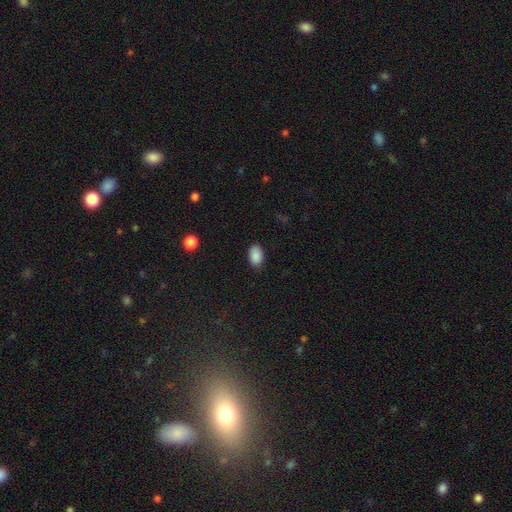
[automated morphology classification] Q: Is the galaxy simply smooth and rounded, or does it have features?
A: smooth — 89%.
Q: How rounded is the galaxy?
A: in between — 90%.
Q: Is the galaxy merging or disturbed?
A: none — 85%.